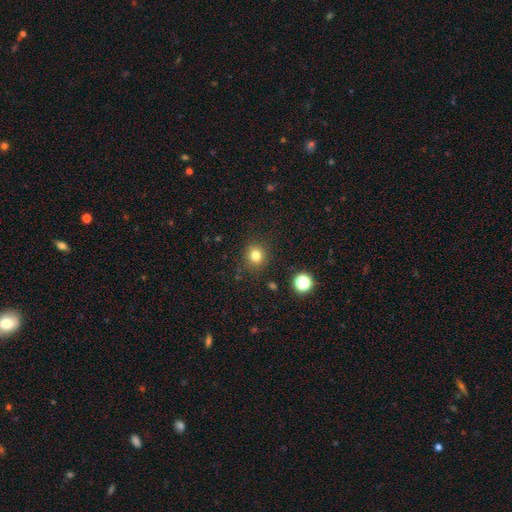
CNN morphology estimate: This appears to be a smooth galaxy with no disk features (79%) that is round (85%). Merging: none (87%).